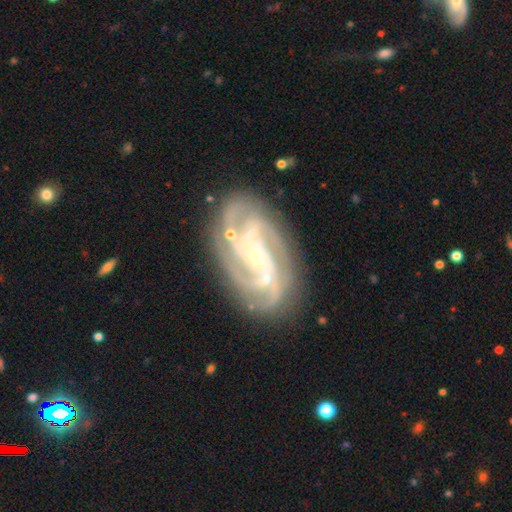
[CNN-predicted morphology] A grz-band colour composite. It shows a featured or disk galaxy (90%) with no bar (56%), 3 (34%) tight (56%) spiral arms (98%) and a small central bulge (81%). Merging: none (77%).